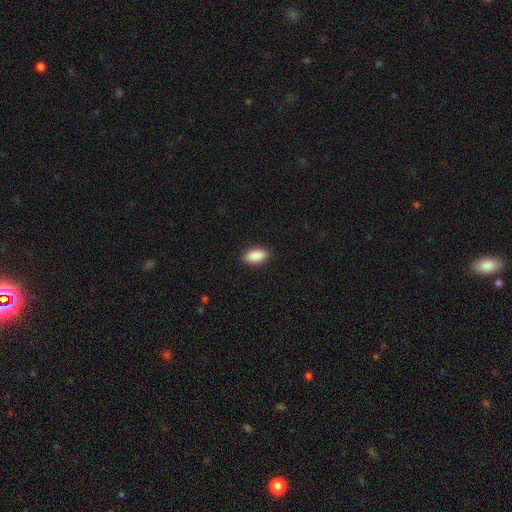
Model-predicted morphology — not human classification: smooth_or_featured: smooth (p=0.91) [alt: star or artifact p=0.06]
how_rounded: in between (p=0.94) [alt: cigar-shaped p=0.03]
merging: none (p=0.90) [alt: minor disturbance p=0.07]